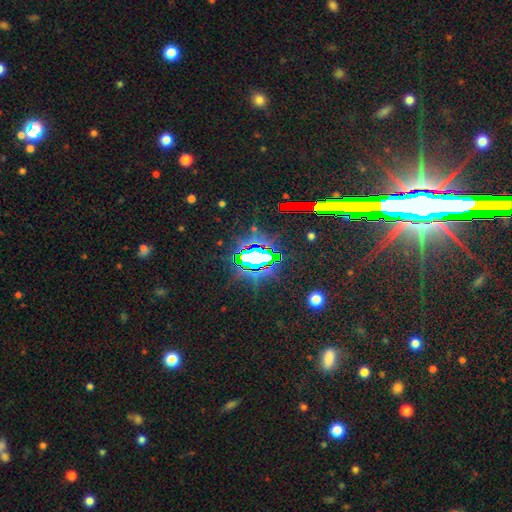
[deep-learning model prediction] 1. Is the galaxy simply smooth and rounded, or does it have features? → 74% star or artifact, 14% smooth, 12% featured or disk.